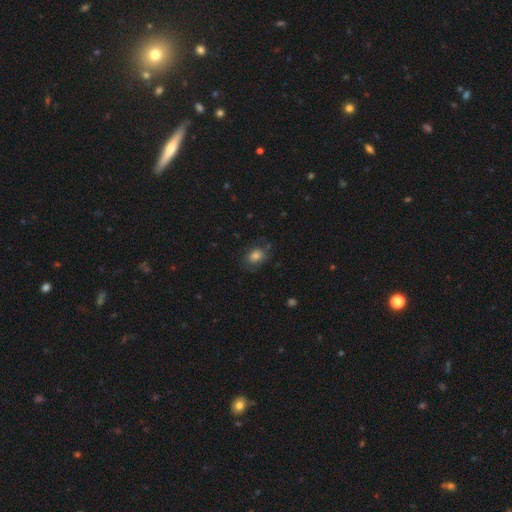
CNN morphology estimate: The model was most divided on "how rounded": in between: 66%, round: 33%, cigar-shaped: 1%. More confident: smooth or featured — smooth (73%); merging — none (67%).